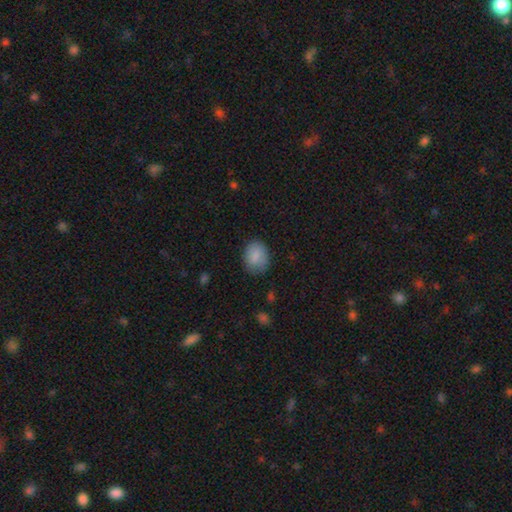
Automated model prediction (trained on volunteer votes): smooth 85%, featured or disk 7%, star or artifact 7%. Down the decision tree: how rounded — in between (63%); merging — none (76%).